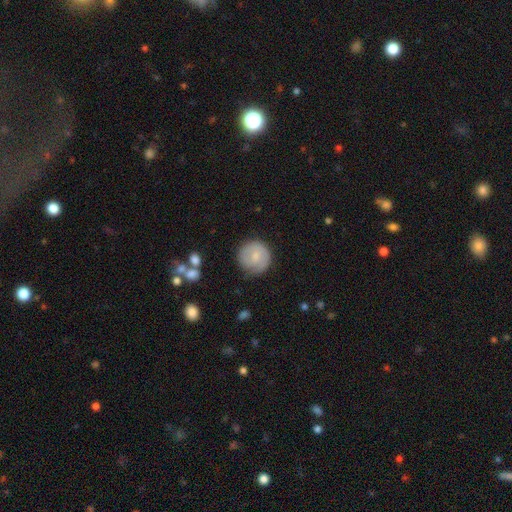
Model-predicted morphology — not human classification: Smooth or featured? smooth (60%)
How rounded? round (93%)
Merging? none (78%)